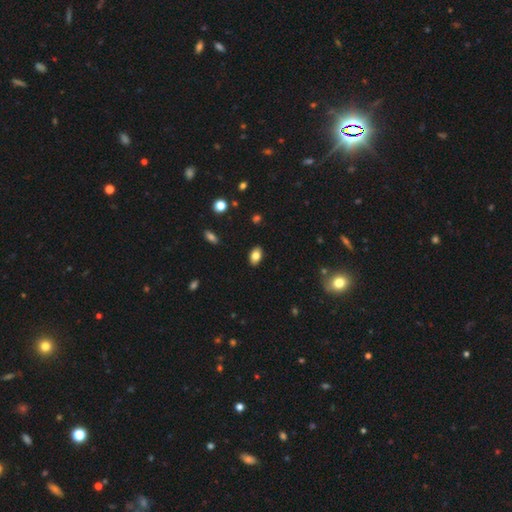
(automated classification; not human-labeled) This appears to be a smooth galaxy with no disk features (82%) that is in between round and cigar-shaped (89%). Merging: none (88%).